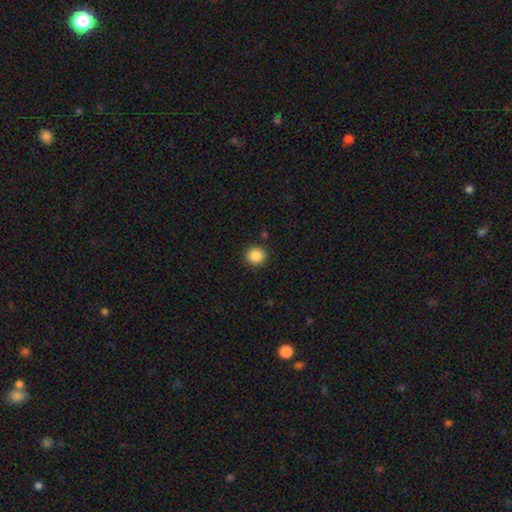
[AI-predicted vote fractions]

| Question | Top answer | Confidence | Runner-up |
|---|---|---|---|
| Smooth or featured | smooth | 87% | star or artifact (10%) |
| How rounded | round | 91% | in between (8%) |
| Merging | none | 90% | minor disturbance (6%) |